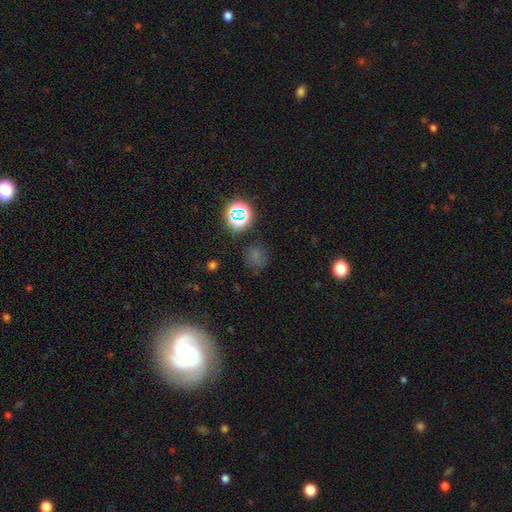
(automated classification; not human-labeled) smooth-or-featured: smooth: 59% | star or artifact: 34% | featured or disk: 7%
  how-rounded: round: 85% | in between: 14% | cigar-shaped: 1%
  merging: none: 77% | minor disturbance: 14% | major disturbance: 5% | merger: 3%